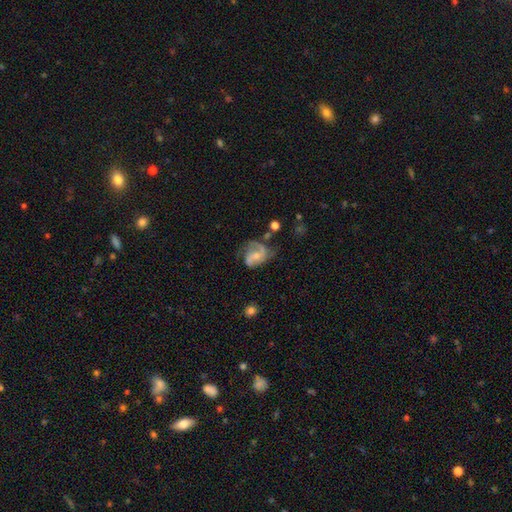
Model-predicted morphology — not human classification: featured or disk 77%, smooth 16%, star or artifact 7%. Down the decision tree: edge-on disk — no (98%); bar — no (56%); spiral arms — yes (93%); spiral arm count — 2 (70%); spiral winding — medium (49%); bulge size — small (51%); merging — none (49%).